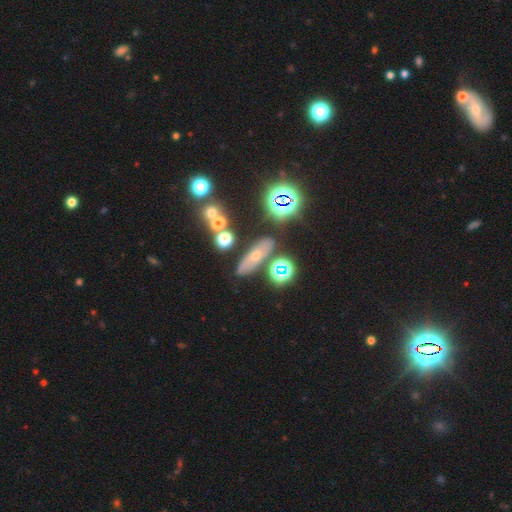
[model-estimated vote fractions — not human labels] Q: Smooth or featured?
A: smooth (37%); runner-up: featured or disk (32%)
Q: Merging?
A: none (77%); runner-up: minor disturbance (12%)